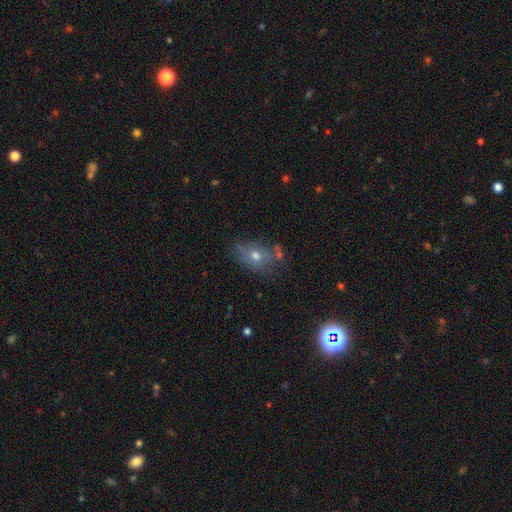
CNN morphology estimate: Q: Smooth or featured?
A: smooth (57%); runner-up: featured or disk (27%)
Q: How rounded?
A: in between (67%); runner-up: round (30%)
Q: Merging?
A: none (60%); runner-up: minor disturbance (22%)